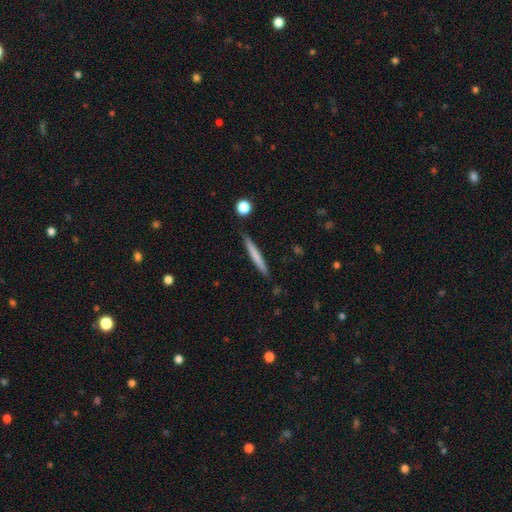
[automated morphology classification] smooth-or-featured: smooth: 68% | featured or disk: 27% | star or artifact: 6%
  how-rounded: cigar-shaped: 96% | in between: 2% | round: 1%
  merging: none: 88% | minor disturbance: 8% | merger: 2% | major disturbance: 2%